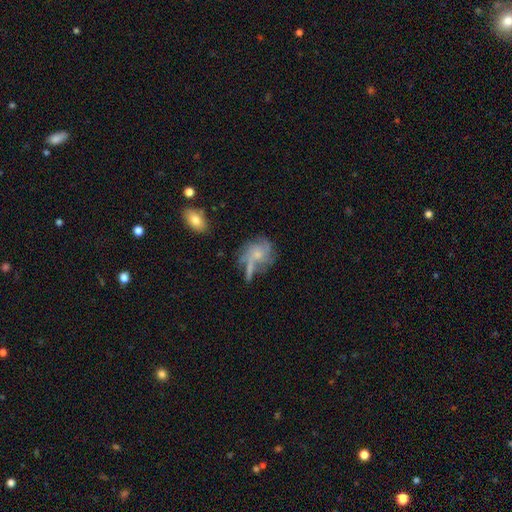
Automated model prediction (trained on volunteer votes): smooth_or_featured: featured or disk (p=0.65) [alt: smooth p=0.22]
disk_edge_on: no (p=0.95) [alt: yes p=0.05]
bar: no (p=0.75) [alt: weak p=0.21]
has_spiral_arms: yes (p=0.81) [alt: no p=0.19]
spiral_winding: medium (p=0.41) [alt: loose p=0.31]
spiral_arm_count: can't tell (p=0.31) [alt: 3 p=0.28]
bulge_size: small (p=0.54) [alt: moderate p=0.33]
merging: none (p=0.51) [alt: minor disturbance p=0.21]